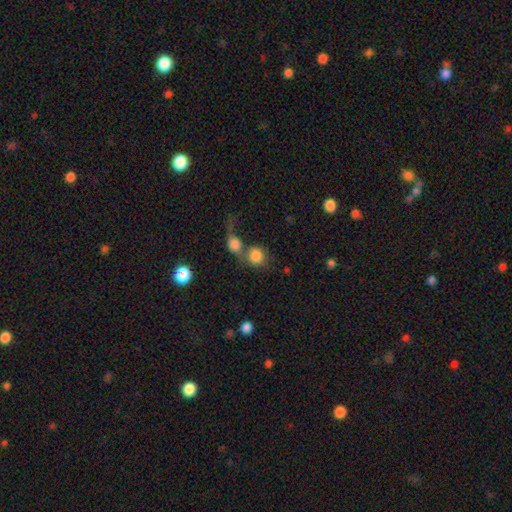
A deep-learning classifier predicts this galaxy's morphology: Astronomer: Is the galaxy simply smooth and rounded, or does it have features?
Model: smooth — 82%.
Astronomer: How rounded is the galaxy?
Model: round — 84%.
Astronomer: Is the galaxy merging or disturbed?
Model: merger — 57%.